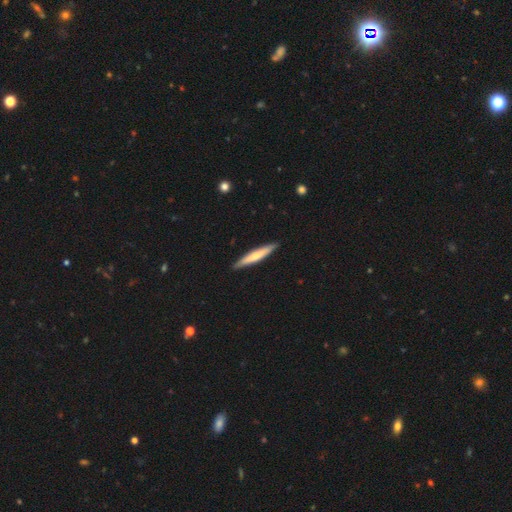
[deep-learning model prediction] This appears to be a smooth galaxy with no disk features (54%) that is cigar-shaped (93%). Merging: none (91%).